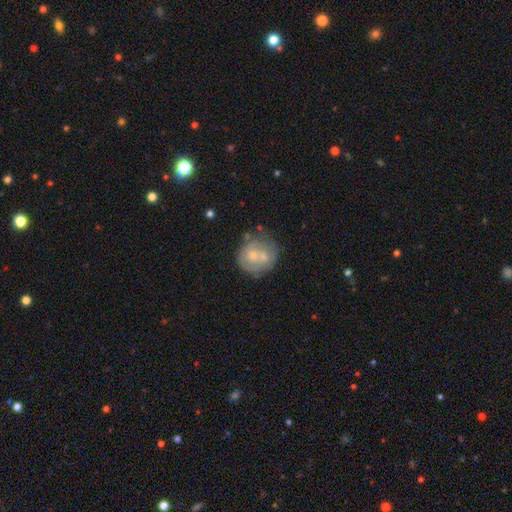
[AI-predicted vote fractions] Morphology: type=smooth (48%); merging=none (39%).